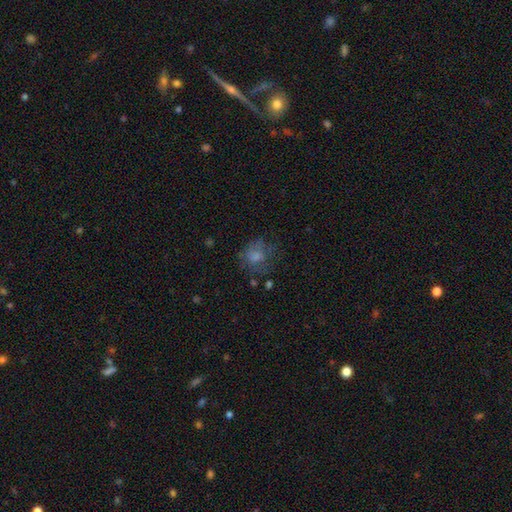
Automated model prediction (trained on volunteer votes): Morphology: type=smooth (64%); roundness=round (71%); merging=none (49%).